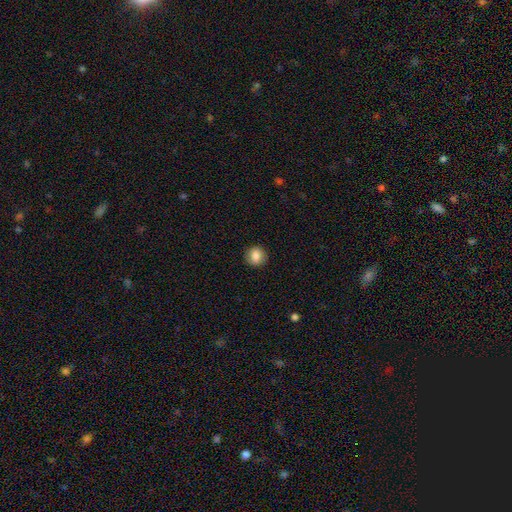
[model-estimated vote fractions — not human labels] This is clearly a smooth galaxy (84%). How rounded: clearly round (85%). Merging: clearly none (89%).